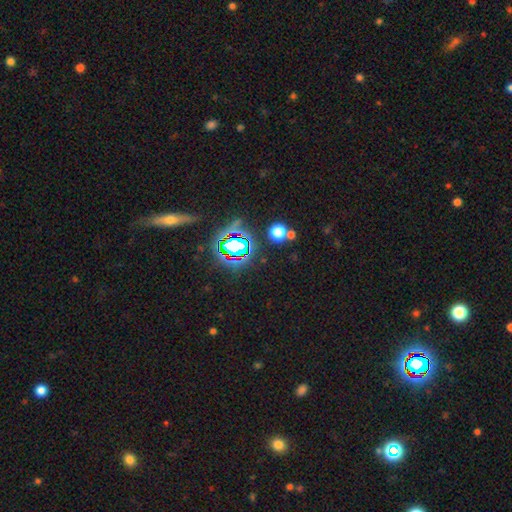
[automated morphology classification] Smooth or featured? star or artifact (69%)